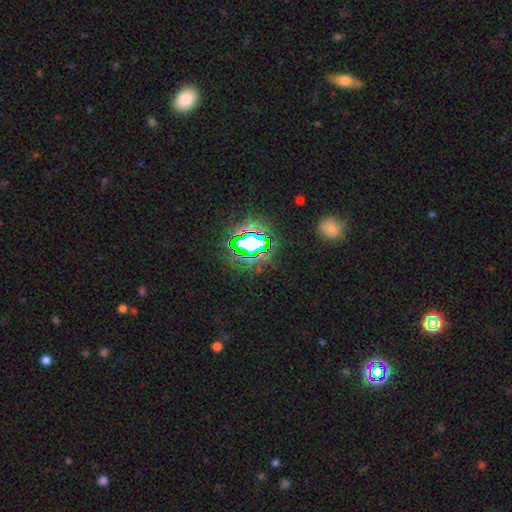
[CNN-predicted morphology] Overall: star or artifact (79%).